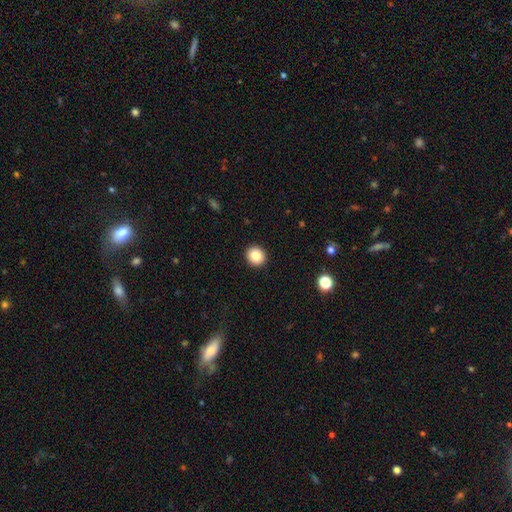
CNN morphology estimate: smooth_or_featured: smooth (p=0.85) [alt: star or artifact p=0.09]
how_rounded: round (p=0.86) [alt: in between p=0.13]
merging: none (p=0.93) [alt: minor disturbance p=0.05]